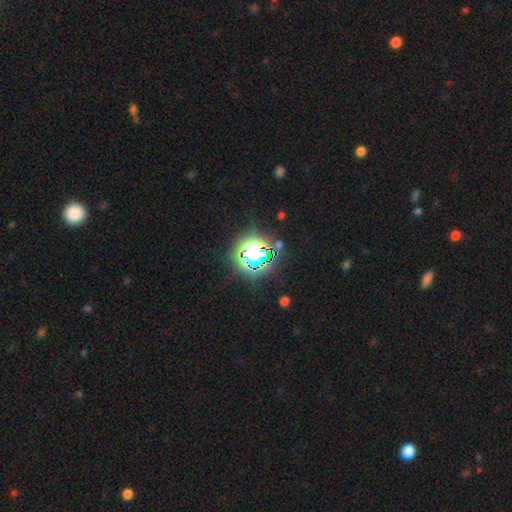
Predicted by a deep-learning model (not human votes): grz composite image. It shows a star or artifact, not a galaxy (68%).